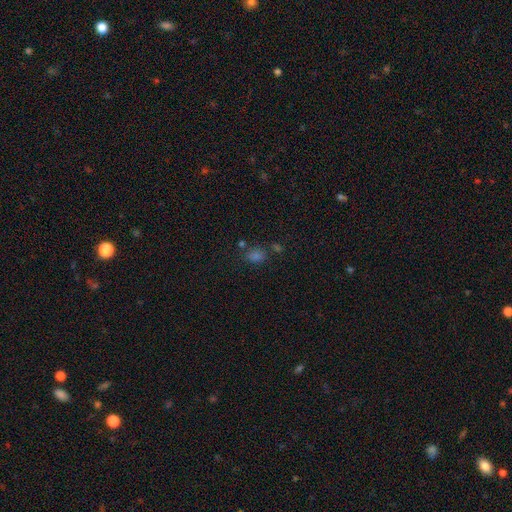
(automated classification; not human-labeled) Smooth or featured? Predicted: smooth (p=0.61). How rounded? Predicted: in between (p=0.53). Merging? Predicted: none (p=0.72).